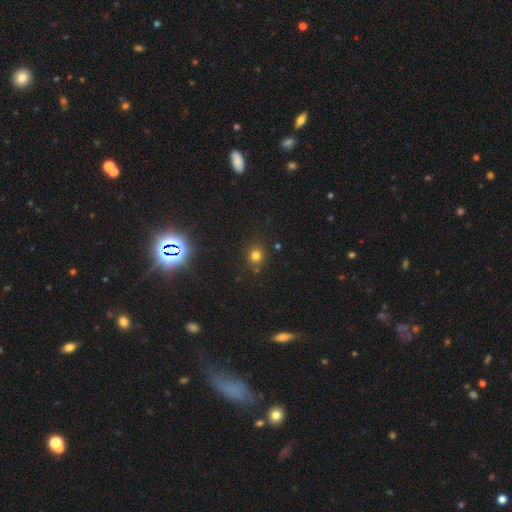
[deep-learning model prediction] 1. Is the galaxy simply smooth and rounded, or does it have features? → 74% smooth, 19% star or artifact, 7% featured or disk.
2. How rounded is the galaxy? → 82% round, 17% in between, 1% cigar-shaped.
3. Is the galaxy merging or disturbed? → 82% none, 10% minor disturbance, 4% merger, 3% major disturbance.